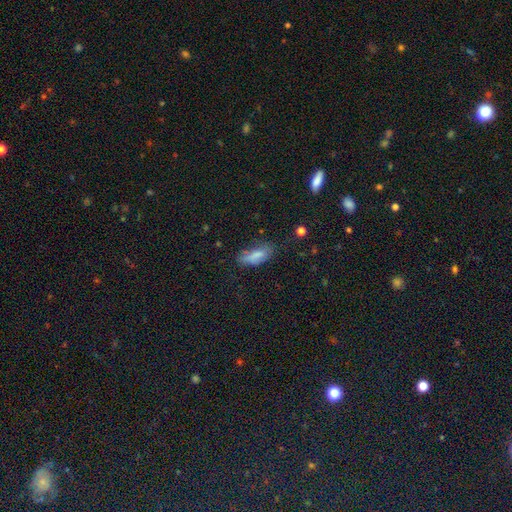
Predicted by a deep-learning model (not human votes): Smooth or featured? smooth (75%)
How rounded? in between (73%)
Merging? none (57%)